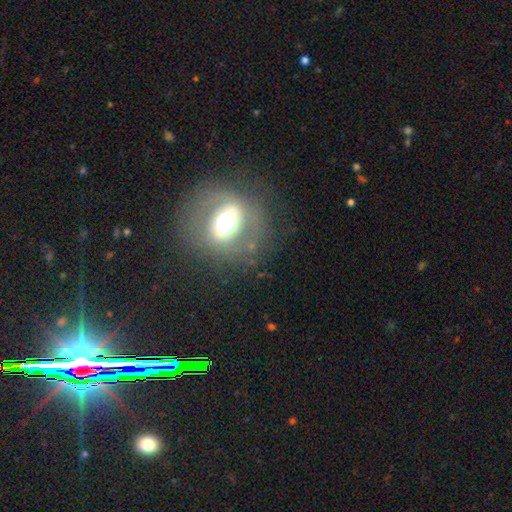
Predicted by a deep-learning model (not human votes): This appears to be a featured or disk galaxy (56%). Merging: none (80%).